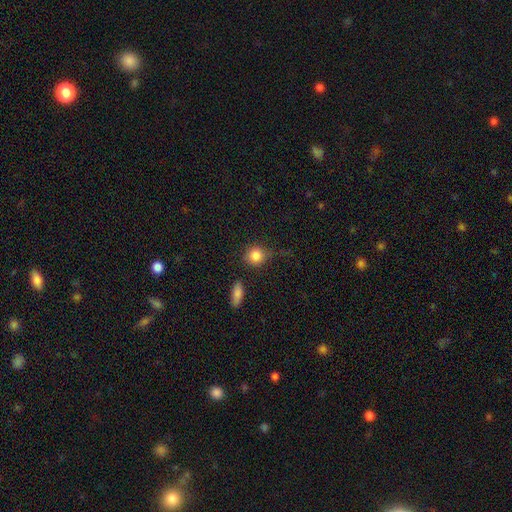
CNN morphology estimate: Smooth or featured?
  - smooth: 83% *
  - star or artifact: 9%
  - featured or disk: 7%
How rounded?
  - round: 85% *
  - in between: 13%
  - cigar-shaped: 2%
Merging?
  - none: 67% *
  - minor disturbance: 19%
  - major disturbance: 7%
  - merger: 7%